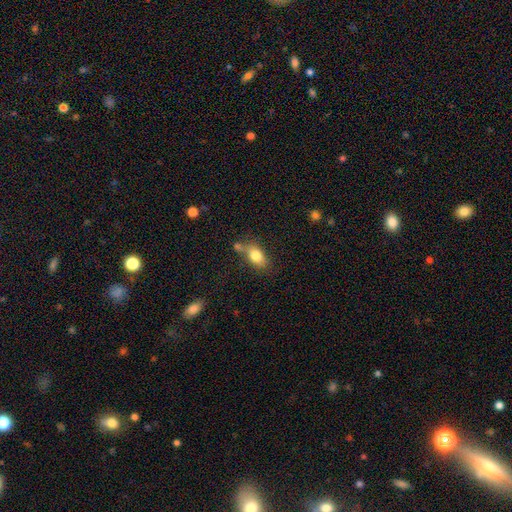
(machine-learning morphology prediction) smooth 81%, featured or disk 11%, star or artifact 8%. Down the decision tree: how rounded — in between (84%); merging — none (55%).